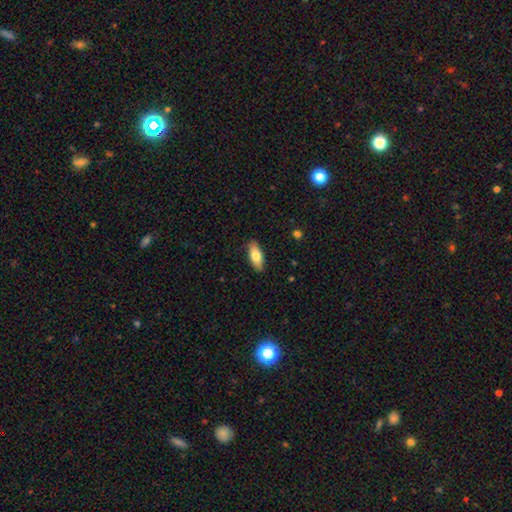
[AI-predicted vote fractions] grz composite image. It shows a smooth galaxy with no disk features (76%) that is in between round and cigar-shaped (78%). Merging: none (87%).